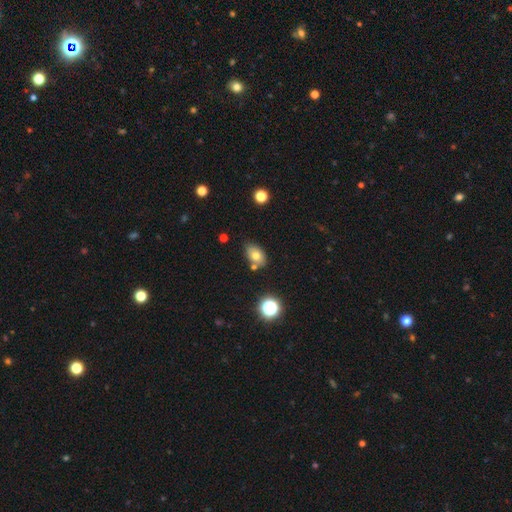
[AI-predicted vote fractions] Smooth or featured? Predicted: smooth (p=0.72). How rounded? Predicted: in between (p=0.82). Merging? Predicted: none (p=0.69).